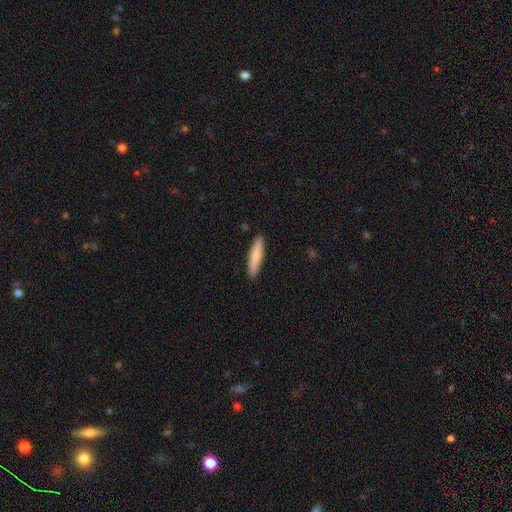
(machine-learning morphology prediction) Overall: smooth (80%). How rounded: cigar-shaped (88%). Merging: none (91%).